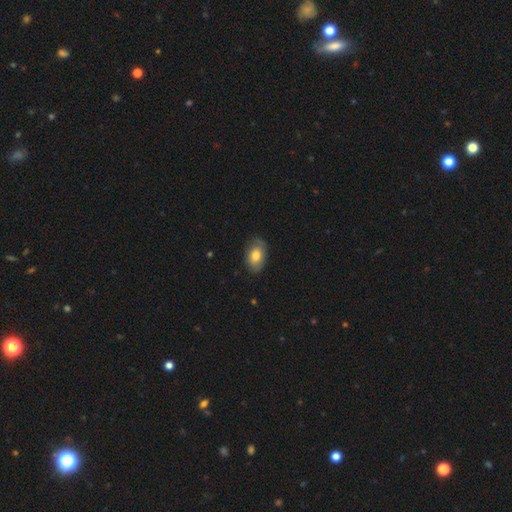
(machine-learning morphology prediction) This is likely a smooth galaxy (75%). How rounded: clearly in between (89%). Merging: likely none (77%).